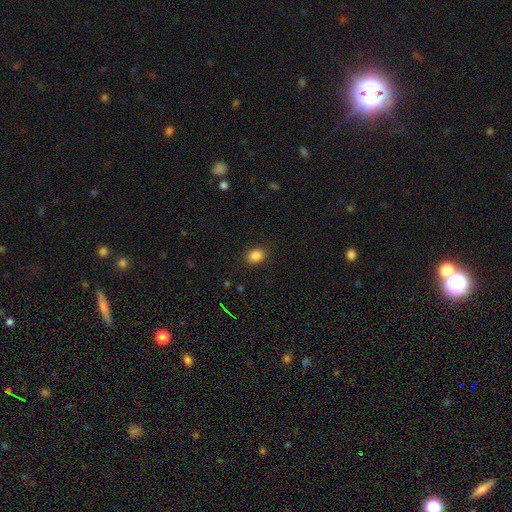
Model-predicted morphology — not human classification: A smooth galaxy with no disk features (85%) that is in between round and cigar-shaped (64%).

Vote fractions:
- Smooth or featured? smooth: 85% / star or artifact: 11% / featured or disk: 4%
- How rounded? in between: 64% / round: 35% / cigar-shaped: 1%
- Merging? none: 86% / minor disturbance: 10% / major disturbance: 3% / merger: 1%